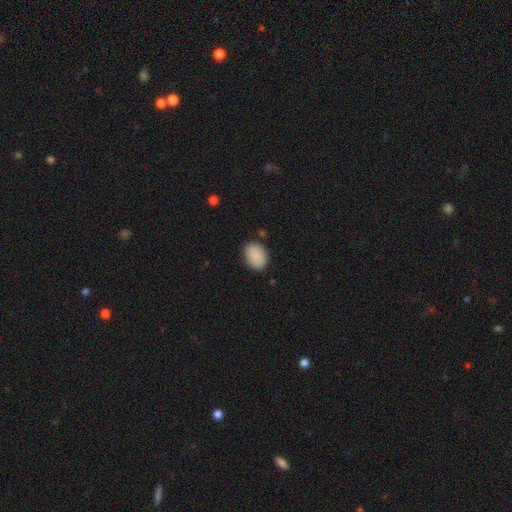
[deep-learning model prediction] This is clearly a smooth galaxy (88%). How rounded: likely in between (72%). Merging: clearly none (81%).